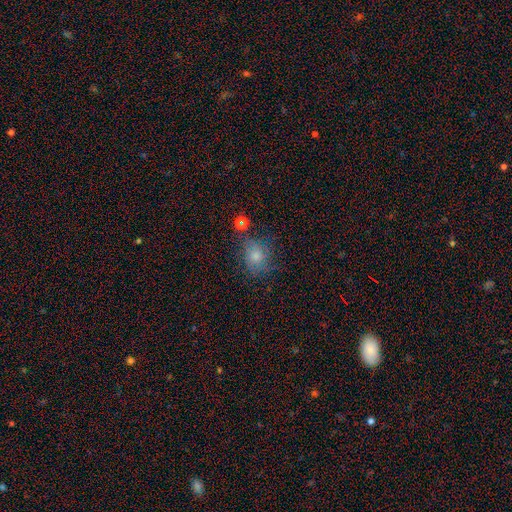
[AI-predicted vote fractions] Overall: smooth (64%). How rounded: round (67%; in between 32%). Merging: none (65%).